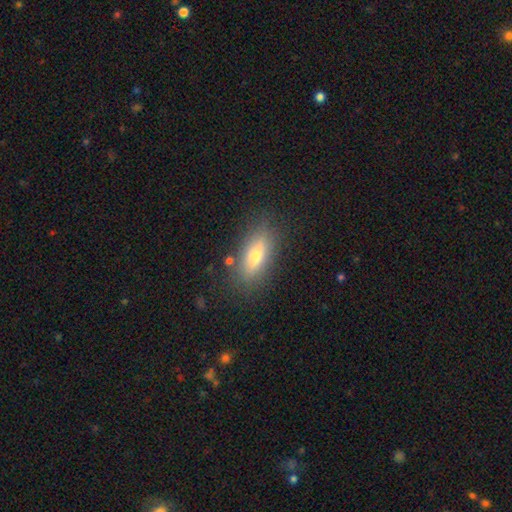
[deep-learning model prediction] Overall: smooth (61%; featured or disk 30%). How rounded: in between (70%). Merging: none (83%).